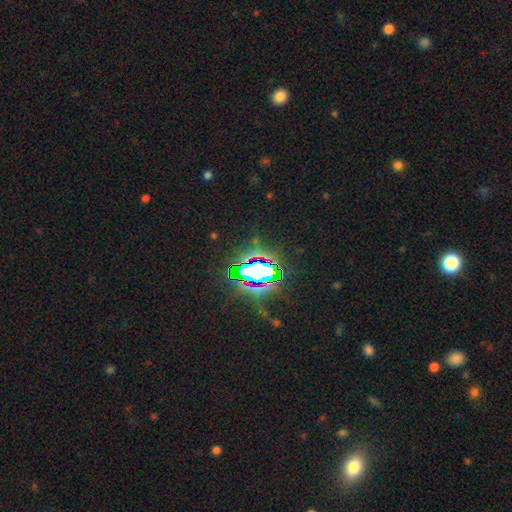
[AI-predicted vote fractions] Smooth or featured: star or artifact — 83% (smooth — 9%)